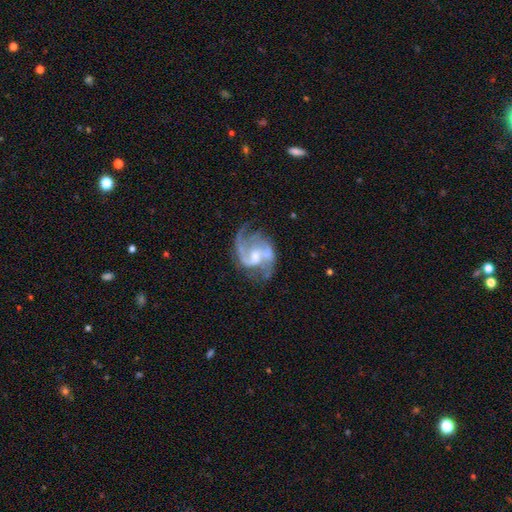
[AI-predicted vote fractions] smooth-or-featured: featured or disk: 90% | smooth: 5% | star or artifact: 5%
  disk-edge-on: no: 98% | yes: 2%
    bar: weak: 50% | no: 37% | strong: 13%
    has-spiral-arms: yes: 97% | no: 3%
      spiral-winding: medium: 55% | loose: 29% | tight: 16%
      spiral-arm-count: 2: 79% | 3: 8% | can't tell: 5% | 1: 4% | 4: 2% | more than 4: 2%
    bulge-size: moderate: 49% | small: 38% | none: 8% | large: 5% | dominant: 1%
  merging: none: 57% | minor disturbance: 21% | major disturbance: 18% | merger: 4%